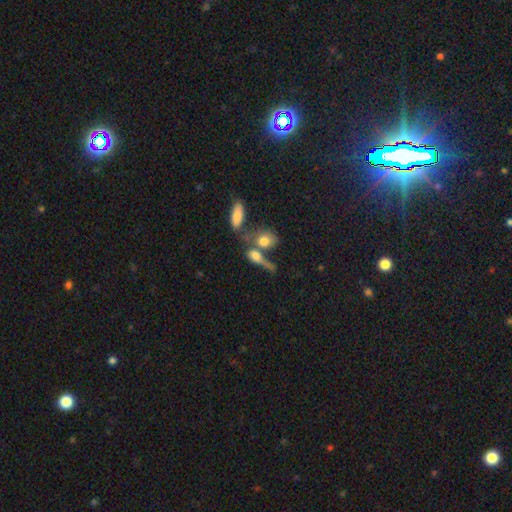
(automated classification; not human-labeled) A smooth galaxy with no disk features (65%) that is in between round and cigar-shaped (66%). Merging: merger (47%).